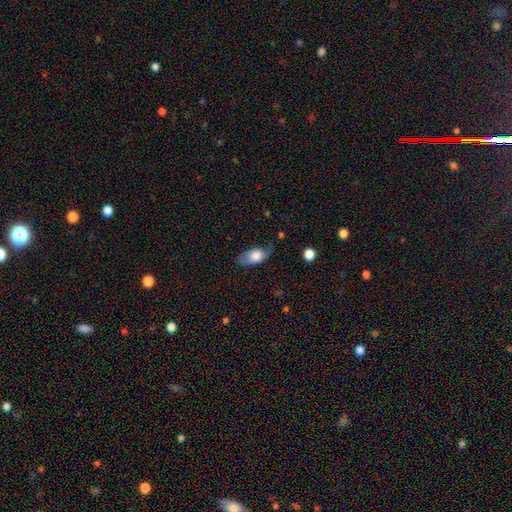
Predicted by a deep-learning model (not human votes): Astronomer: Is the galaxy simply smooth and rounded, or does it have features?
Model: smooth — 72%.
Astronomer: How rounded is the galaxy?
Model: in between — 89%.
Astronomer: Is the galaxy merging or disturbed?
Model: none — 53% (runner-up: minor disturbance, 32%).